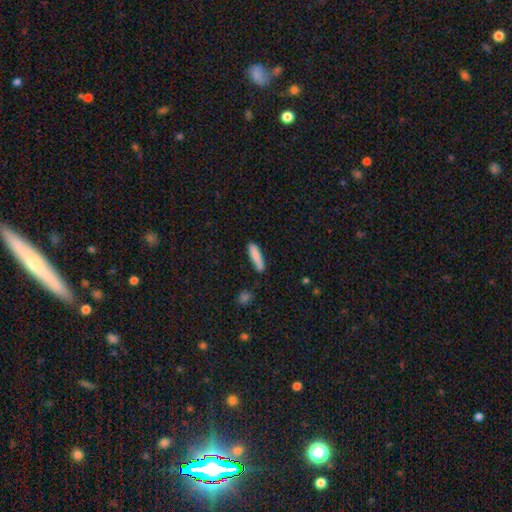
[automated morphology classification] A smooth galaxy with no disk features (84%) that is cigar-shaped (78%). Merging: none (75%).